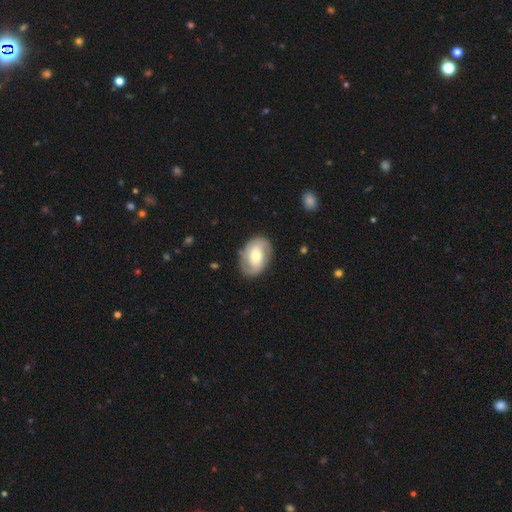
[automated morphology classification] Overall: featured or disk (62%; smooth 32%). Edge-on disk: no (96%). Bar: no (49%; weak 36%). Spiral arms: yes (79%). Bulge size: moderate (66%). Merging: none (81%).